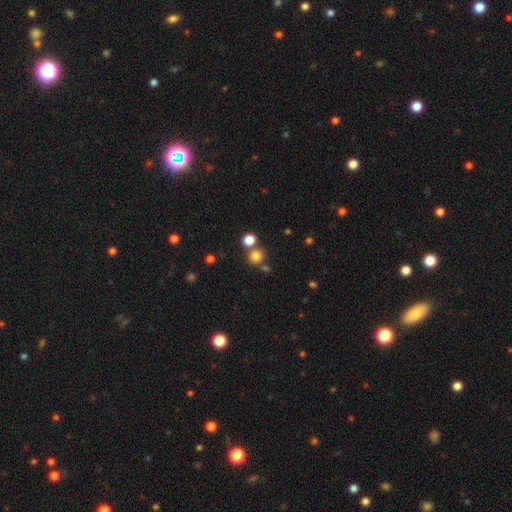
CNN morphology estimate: A smooth galaxy with no disk features (78%) that is round (90%). Merging: none (67%).